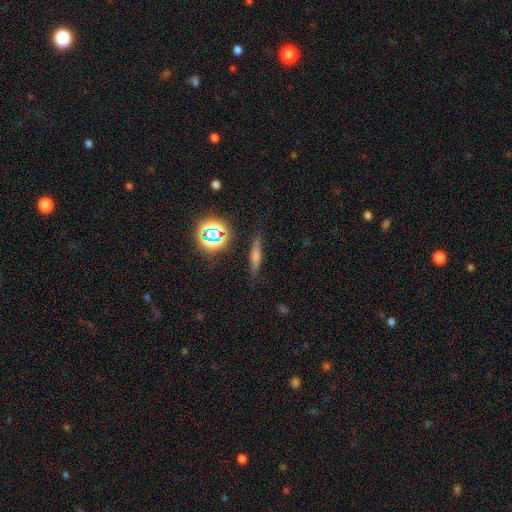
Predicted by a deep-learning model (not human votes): Morphology: type=featured or disk (45%); merging=none (84%).